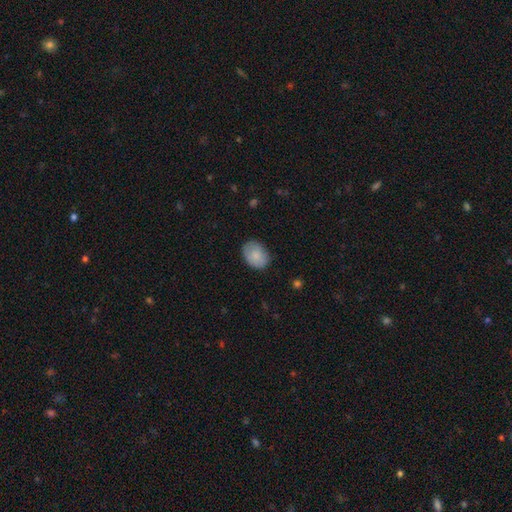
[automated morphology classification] smooth 83%, featured or disk 10%, star or artifact 7%. Down the decision tree: how rounded — in between (71%); merging — none (80%).